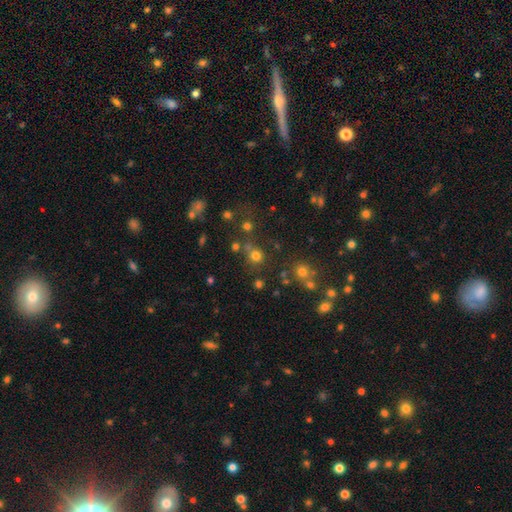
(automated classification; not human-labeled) Overall: smooth (70%). How rounded: round (88%). Merging: none (69%).